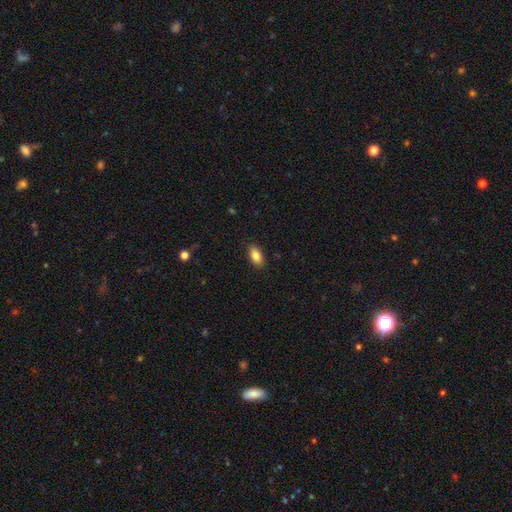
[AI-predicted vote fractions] Smooth or featured? Predicted: smooth (p=0.85). How rounded? Predicted: in between (p=0.91). Merging? Predicted: none (p=0.88).